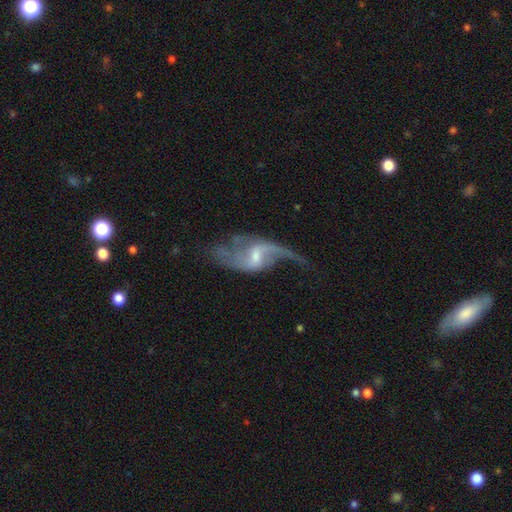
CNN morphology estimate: Smooth or featured? Predicted: featured or disk (p=0.86). Edge-on disk? Predicted: no (p=0.95). Bar? Predicted: weak (p=0.56). Spiral arms? Predicted: yes (p=0.92). Spiral winding? Predicted: loose (p=0.83). Spiral arm count? Predicted: 2 (p=0.81). Bulge size? Predicted: small (p=0.52). Merging? Predicted: none (p=0.50).